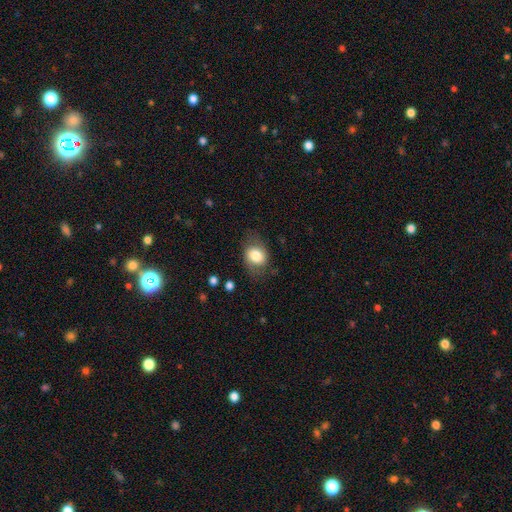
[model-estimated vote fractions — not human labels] Smooth or featured: smooth — 74% (featured or disk — 19%)
How rounded: in between — 60% (round — 39%)
Merging: none — 68% (minor disturbance — 21%)